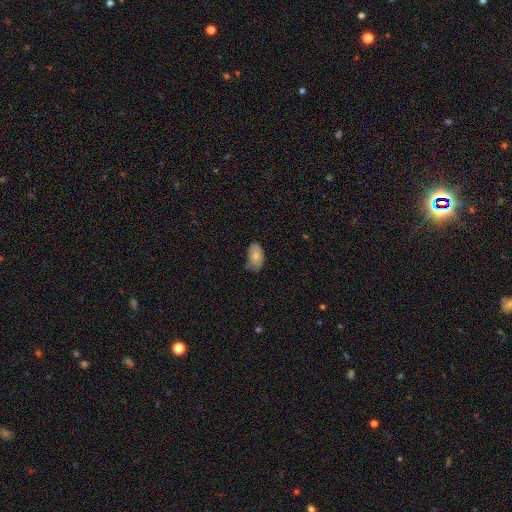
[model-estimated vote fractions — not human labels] Overall: smooth (81%). How rounded: in between (93%). Merging: none (56%; minor disturbance 34%).